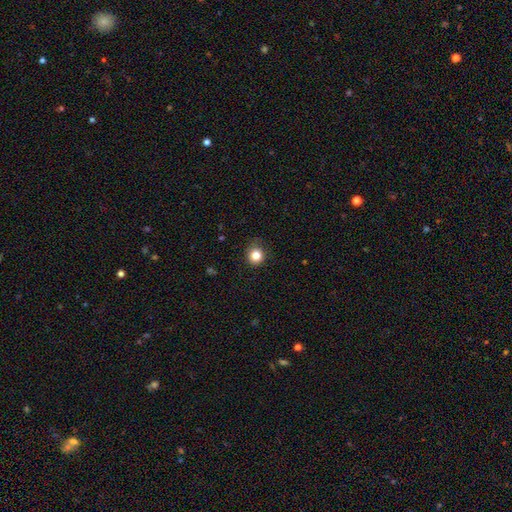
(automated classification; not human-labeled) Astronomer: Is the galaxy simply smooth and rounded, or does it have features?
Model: smooth — 83%.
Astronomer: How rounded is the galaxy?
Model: round — 87%.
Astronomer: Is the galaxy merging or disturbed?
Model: none — 84%.